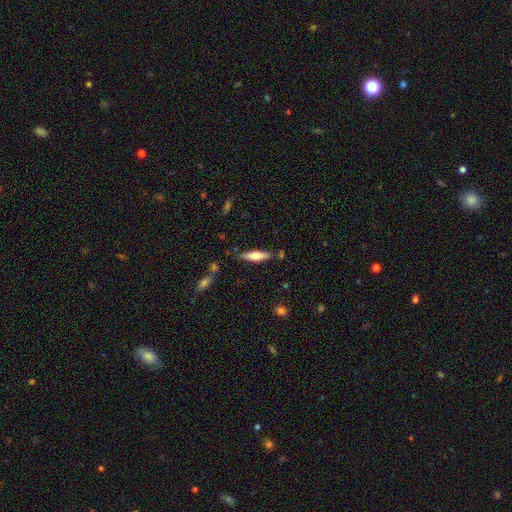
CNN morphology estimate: smooth_or_featured: smooth (p=0.57) [alt: featured or disk p=0.37]
how_rounded: cigar-shaped (p=0.71) [alt: in between p=0.27]
merging: none (p=0.81) [alt: minor disturbance p=0.12]